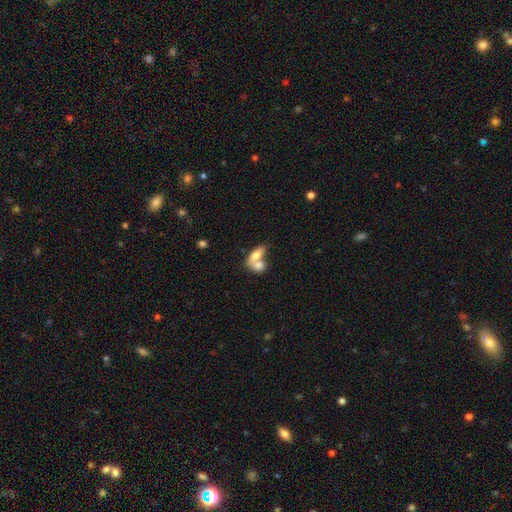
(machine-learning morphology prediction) type=smooth (70%); roundness=in between (79%); merging=merger (72%).